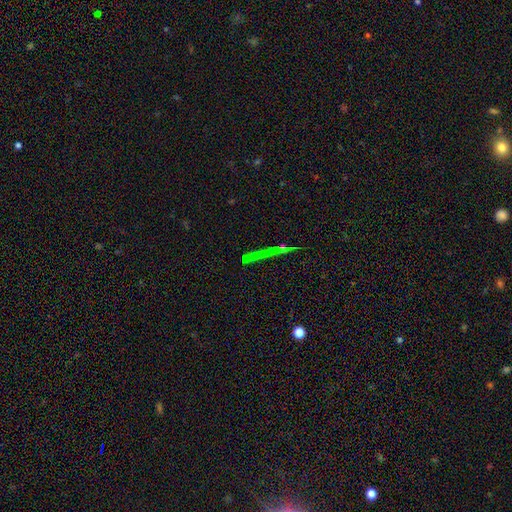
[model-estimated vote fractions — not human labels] Q: Smooth or featured?
A: star or artifact (47%); runner-up: featured or disk (30%)